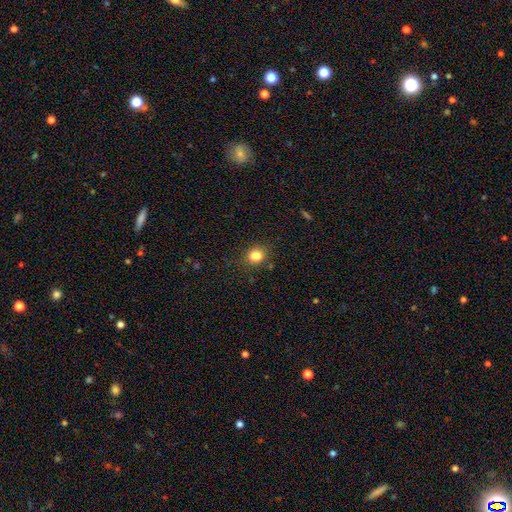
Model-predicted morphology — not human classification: smooth-or-featured: smooth: 83% | star or artifact: 12% | featured or disk: 5%
  how-rounded: round: 64% | in between: 35% | cigar-shaped: 1%
  merging: none: 78% | minor disturbance: 14% | major disturbance: 4% | merger: 3%